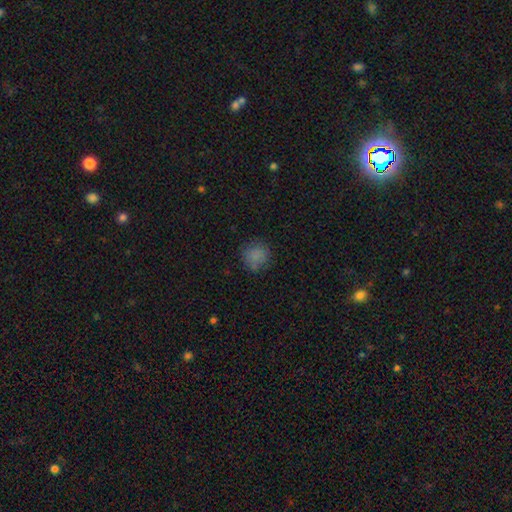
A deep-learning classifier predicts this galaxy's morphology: A smooth galaxy with no disk features (81%) that is round (87%).

Vote fractions:
- Smooth or featured? smooth: 81% / star or artifact: 13% / featured or disk: 7%
- How rounded? round: 87% / in between: 12% / cigar-shaped: 1%
- Merging? none: 77% / minor disturbance: 16% / major disturbance: 5% / merger: 2%